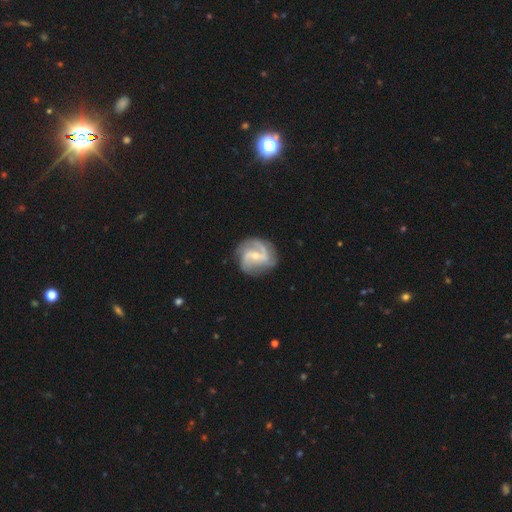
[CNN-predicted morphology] A featured or disk galaxy (88%) with a weak bar (48%), 2 (56%) medium (50%) spiral arms (97%) and a small central bulge (60%).

Vote fractions:
- Smooth or featured? featured or disk: 88% / smooth: 7% / star or artifact: 5%
- Edge-on disk? no: 98% / yes: 2%
- Bar? weak: 48% / no: 30% / strong: 23%
- Spiral arms? yes: 97% / no: 3%
- Spiral winding? medium: 50% / loose: 29% / tight: 21%
- Spiral arm count? 2: 56% / 3: 24% / can't tell: 9% / 4: 4% / 1: 4% / more than 4: 3%
- Bulge size? small: 60% / moderate: 36% / none: 2% / large: 1% / dominant: 1%
- Merging? none: 74% / minor disturbance: 17% / major disturbance: 7% / merger: 2%